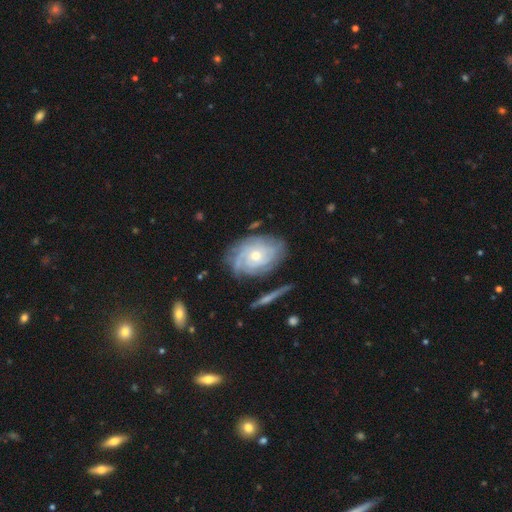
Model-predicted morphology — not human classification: Smooth or featured: featured or disk — 80% (smooth — 13%)
Edge-on disk: no — 95% (yes — 5%)
Bar: no — 80% (weak — 16%)
Spiral arms: yes — 92% (no — 8%)
Spiral winding: tight — 73% (medium — 20%)
Spiral arm count: can't tell — 44% (3 — 16%)
Bulge size: small — 52% (moderate — 45%)
Merging: none — 72% (minor disturbance — 19%)